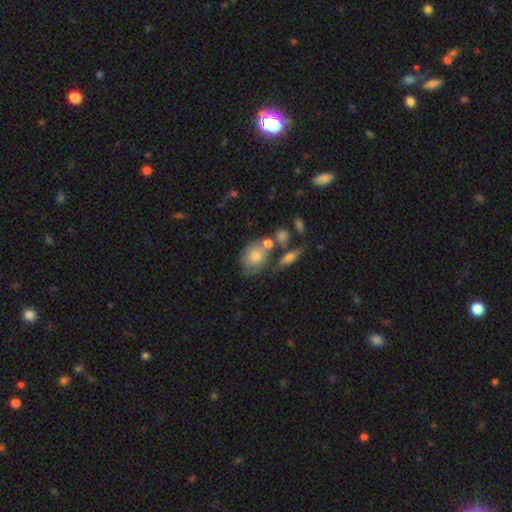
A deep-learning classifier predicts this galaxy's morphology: Q: Smooth or featured?
A: smooth (58%); runner-up: featured or disk (32%)
Q: How rounded?
A: in between (56%); runner-up: round (42%)
Q: Merging?
A: none (40%); runner-up: minor disturbance (24%)